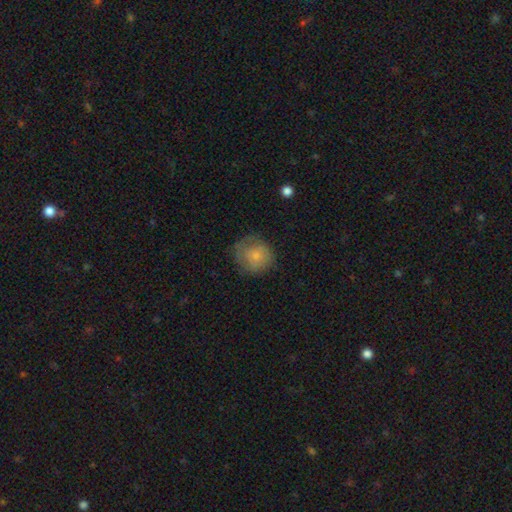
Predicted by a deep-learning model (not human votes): smooth 69%, featured or disk 23%, star or artifact 8%. Down the decision tree: how rounded — round (87%); merging — none (63%).